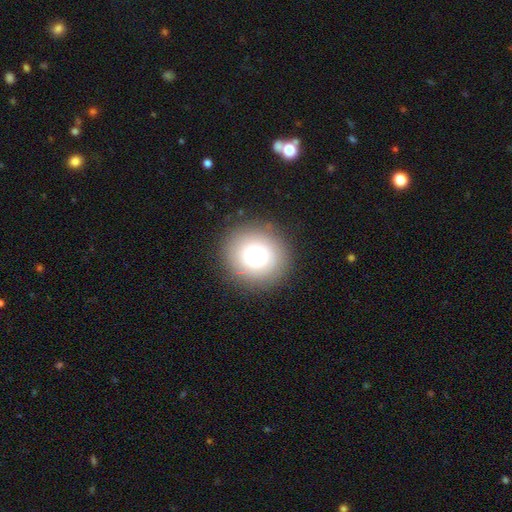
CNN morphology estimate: smooth 73%, star or artifact 15%, featured or disk 12%. Down the decision tree: how rounded — round (92%); merging — none (89%).